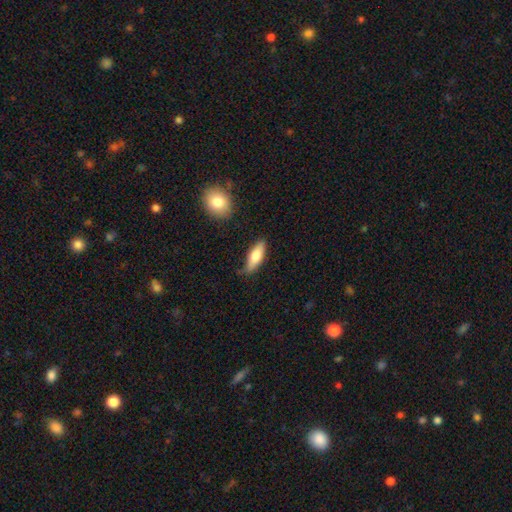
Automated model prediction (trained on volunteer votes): This is likely a smooth galaxy (74%). How rounded: likely in between (63%). Merging: likely none (63%).